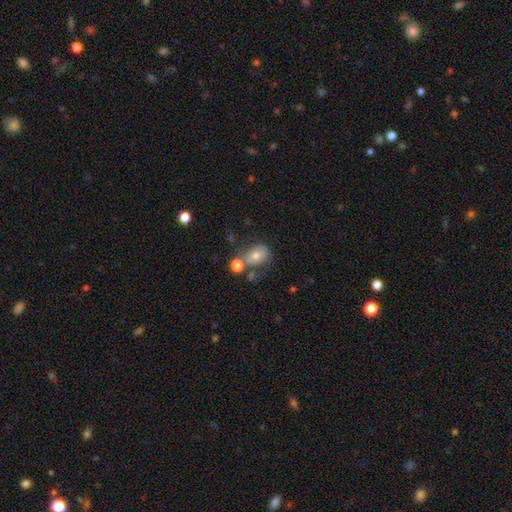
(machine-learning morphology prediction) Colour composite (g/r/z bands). It shows a smooth galaxy with no disk features (66%) that is in between round and cigar-shaped (66%). Merging: none (50%).